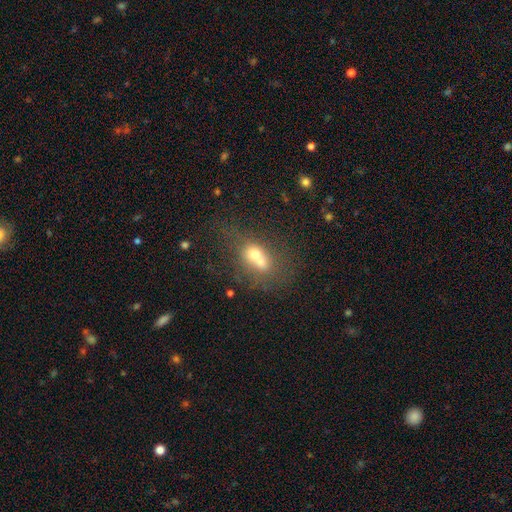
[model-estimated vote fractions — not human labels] Morphology: type=smooth (57%); roundness=in between (54%); merging=merger (64%).